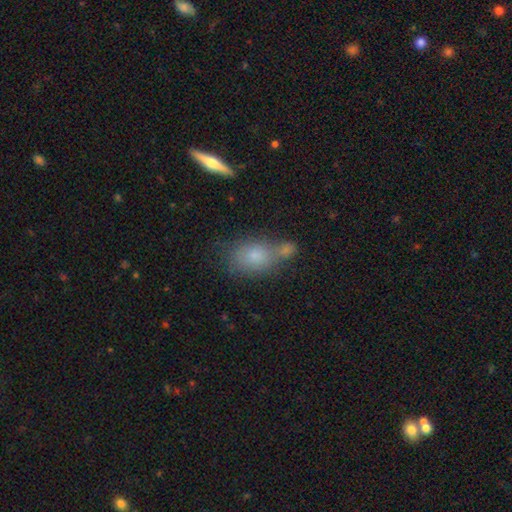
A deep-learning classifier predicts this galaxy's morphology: Overall: smooth (72%). How rounded: in between (72%). Merging: none (48%; merger 33%).